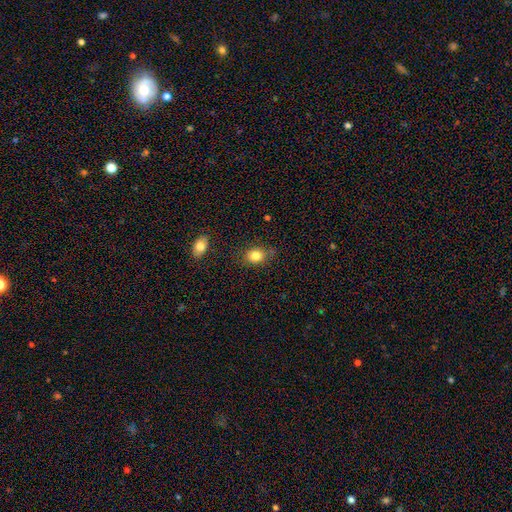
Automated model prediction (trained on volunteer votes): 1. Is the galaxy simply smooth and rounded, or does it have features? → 83% smooth, 10% star or artifact, 7% featured or disk.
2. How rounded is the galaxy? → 59% in between, 40% round, 1% cigar-shaped.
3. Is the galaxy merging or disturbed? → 78% none, 15% minor disturbance, 4% merger, 4% major disturbance.